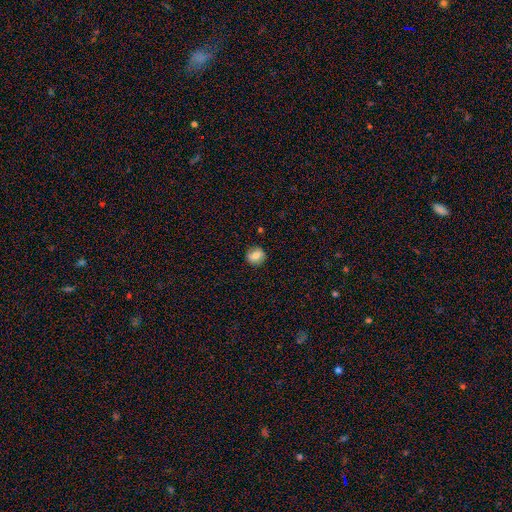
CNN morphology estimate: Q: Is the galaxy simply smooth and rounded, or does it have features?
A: smooth — 74%.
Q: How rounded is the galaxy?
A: round — 84%.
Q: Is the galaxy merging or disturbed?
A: none — 85%.